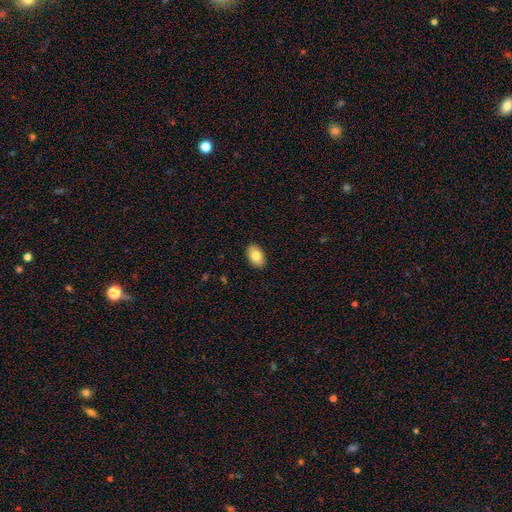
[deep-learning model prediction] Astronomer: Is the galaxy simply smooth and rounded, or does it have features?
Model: smooth — 82%.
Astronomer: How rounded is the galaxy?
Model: in between — 88%.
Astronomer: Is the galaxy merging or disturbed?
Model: none — 89%.